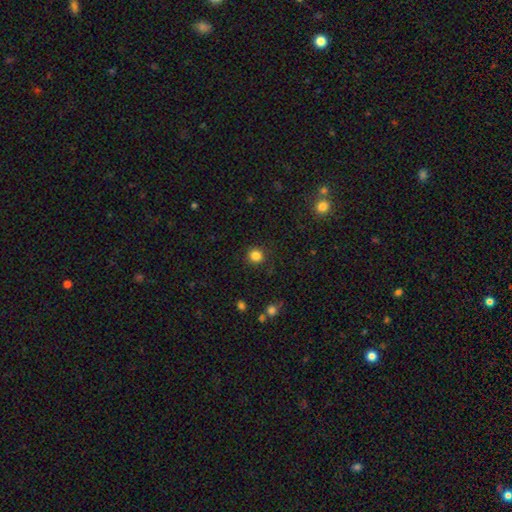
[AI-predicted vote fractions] Morphology: type=smooth (84%); roundness=round (93%); merging=none (89%).